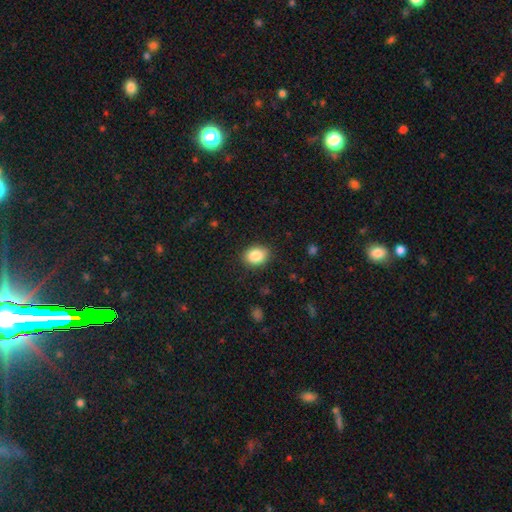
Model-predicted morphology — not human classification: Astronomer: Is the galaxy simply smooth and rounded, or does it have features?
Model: smooth — 88%.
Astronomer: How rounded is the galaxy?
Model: in between — 65%.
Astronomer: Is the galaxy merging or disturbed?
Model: none — 87%.